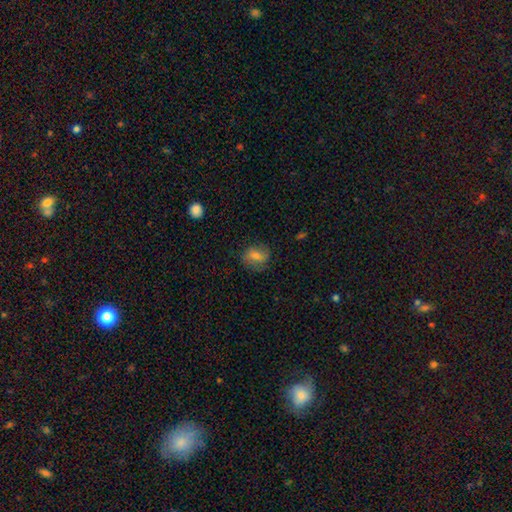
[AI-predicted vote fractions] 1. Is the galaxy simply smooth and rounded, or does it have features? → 58% smooth, 32% featured or disk, 10% star or artifact.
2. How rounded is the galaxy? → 57% round, 41% in between, 2% cigar-shaped.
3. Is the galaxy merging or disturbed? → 75% none, 18% minor disturbance, 6% major disturbance, 1% merger.